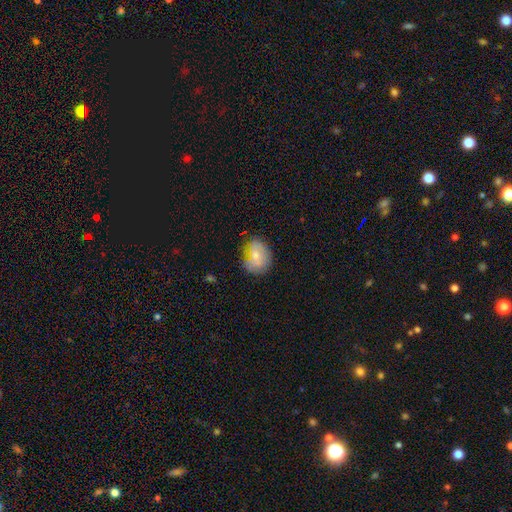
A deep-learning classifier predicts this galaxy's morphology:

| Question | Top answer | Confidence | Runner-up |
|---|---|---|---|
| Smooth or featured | smooth | 61% | featured or disk (30%) |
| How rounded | round | 49% | tied: in between (49%) |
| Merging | none | 62% | minor disturbance (26%) |